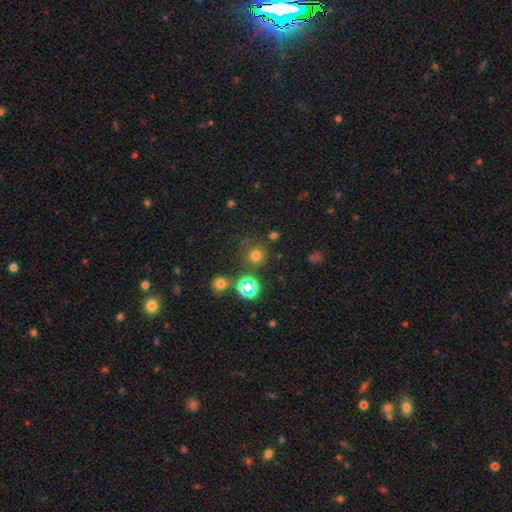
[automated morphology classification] Smooth or featured? smooth (66%)
How rounded? round (92%)
Merging? none (77%)